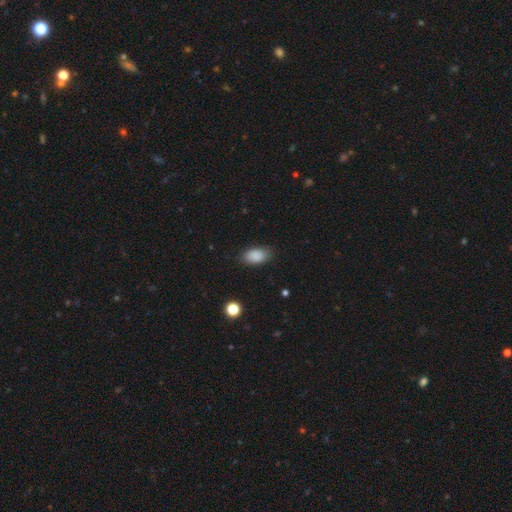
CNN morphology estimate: This is clearly a smooth galaxy (88%). How rounded: clearly in between (92%). Merging: clearly none (84%).